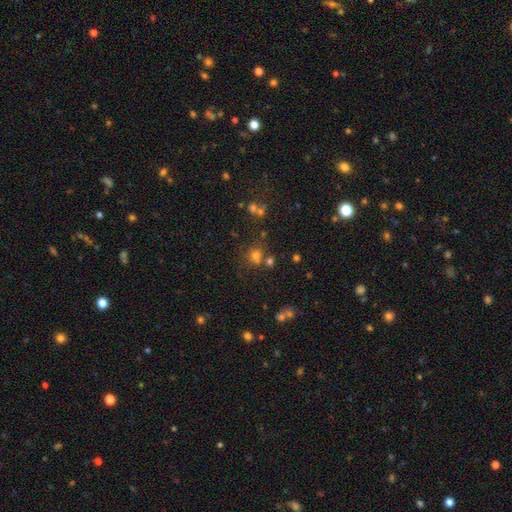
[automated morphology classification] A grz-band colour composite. It shows a smooth galaxy with no disk features (64%) that is round (80%). Merging: none (61%).